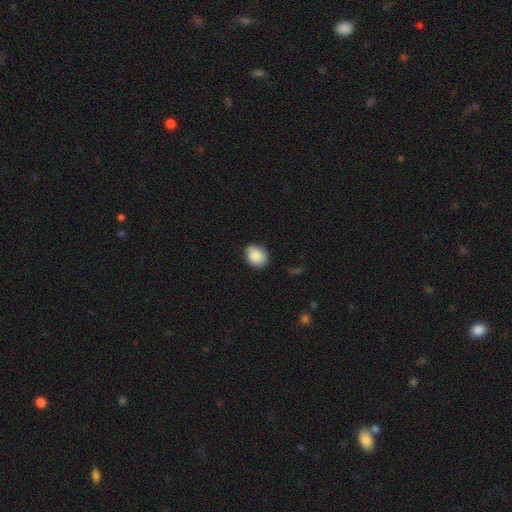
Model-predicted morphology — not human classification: smooth 88%, star or artifact 7%, featured or disk 5%. Down the decision tree: how rounded — in between (56%); merging — none (75%).